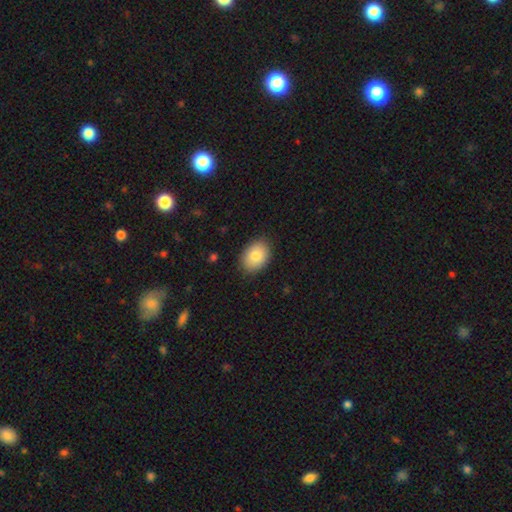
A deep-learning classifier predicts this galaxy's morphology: smooth-or-featured: smooth: 84% | featured or disk: 9% | star or artifact: 7%
  how-rounded: in between: 77% | round: 22% | cigar-shaped: 1%
  merging: none: 86% | minor disturbance: 11% | major disturbance: 2% | merger: 1%